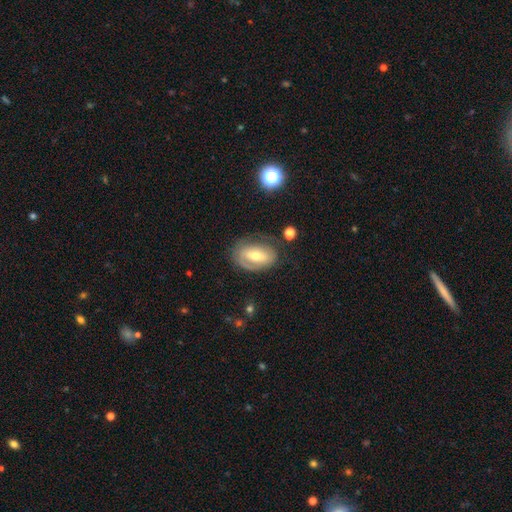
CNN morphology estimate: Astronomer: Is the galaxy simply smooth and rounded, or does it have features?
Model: featured or disk — 57% (runner-up: smooth, 36%).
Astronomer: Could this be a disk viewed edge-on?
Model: no — 92%.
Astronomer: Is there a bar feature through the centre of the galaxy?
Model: weak — 36% (runner-up: no, 33%).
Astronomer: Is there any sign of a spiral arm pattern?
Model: yes — 51% (runner-up: no, 49%).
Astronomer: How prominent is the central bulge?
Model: moderate — 63%.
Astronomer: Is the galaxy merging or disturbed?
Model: none — 66%.